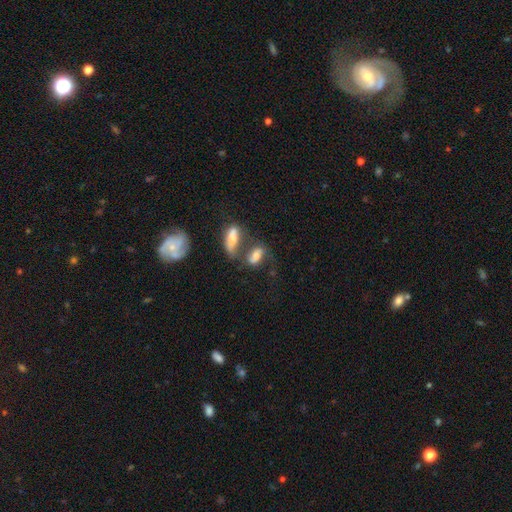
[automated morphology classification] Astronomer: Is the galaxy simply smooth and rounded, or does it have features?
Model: smooth — 59%.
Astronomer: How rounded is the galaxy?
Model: in between — 77%.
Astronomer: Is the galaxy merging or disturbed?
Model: merger — 48% (runner-up: none, 27%).